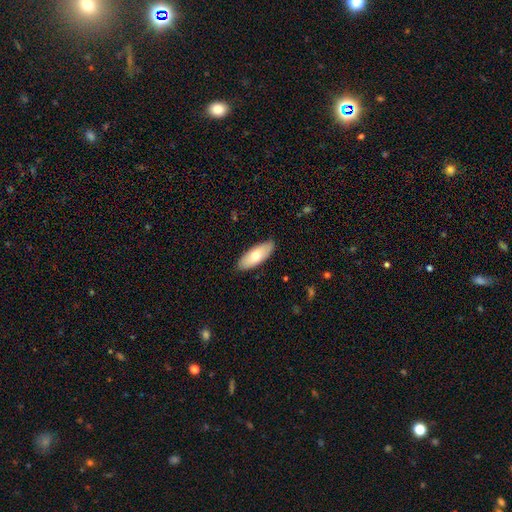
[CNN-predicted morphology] type=smooth (73%); roundness=in between (78%); merging=none (88%).